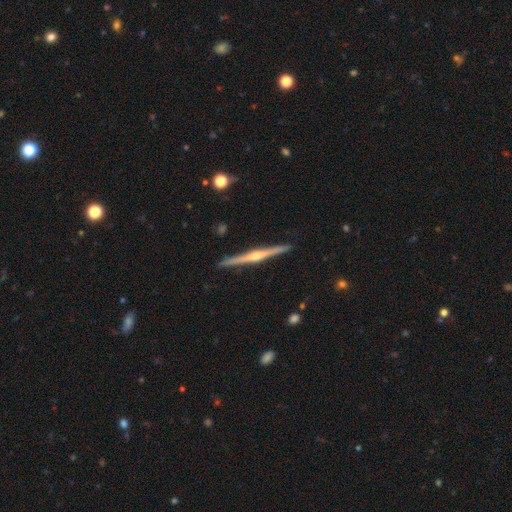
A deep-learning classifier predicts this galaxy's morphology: Overall: featured or disk (82%). Edge-on disk: yes (99%). Edge-on bulge: rounded (84%). Merging: none (92%).